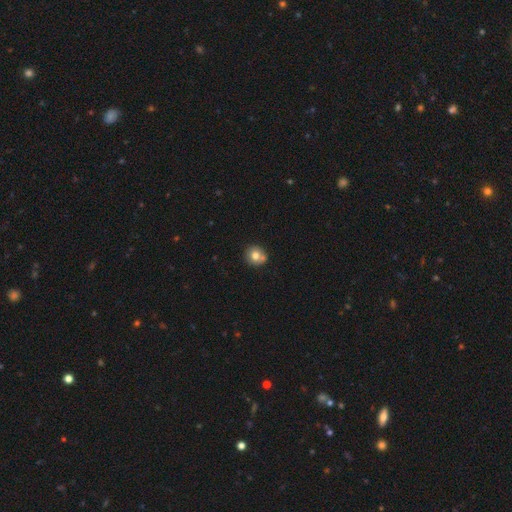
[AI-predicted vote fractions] smooth_or_featured: smooth (p=0.75) [alt: featured or disk p=0.15]
how_rounded: round (p=0.87) [alt: in between p=0.12]
merging: none (p=0.67) [alt: merger p=0.16]